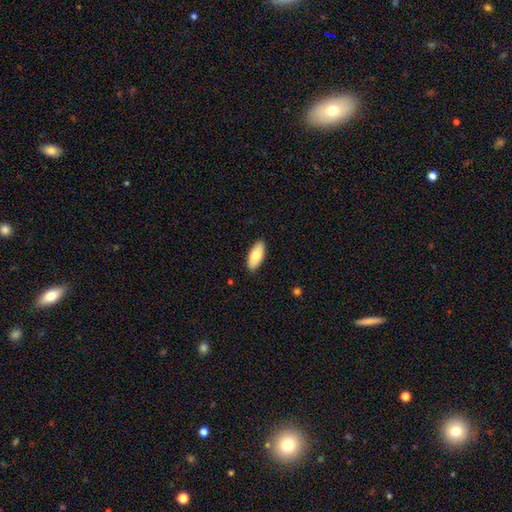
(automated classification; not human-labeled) Smooth or featured: smooth — 78% (featured or disk — 16%)
How rounded: in between — 87% (cigar-shaped — 11%)
Merging: none — 89% (minor disturbance — 8%)